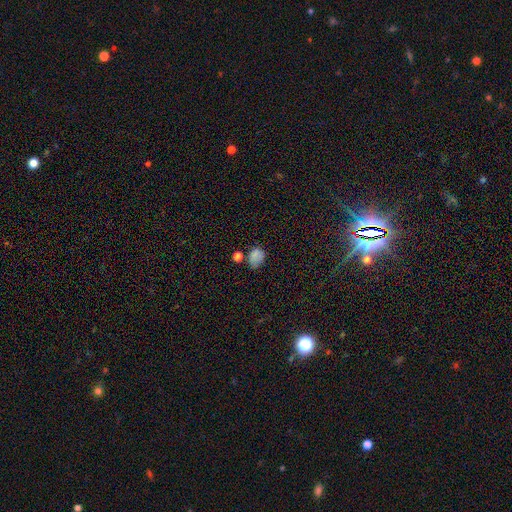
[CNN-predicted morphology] Overall: smooth (75%). How rounded: in between (56%; round 43%). Merging: none (58%; minor disturbance 25%).